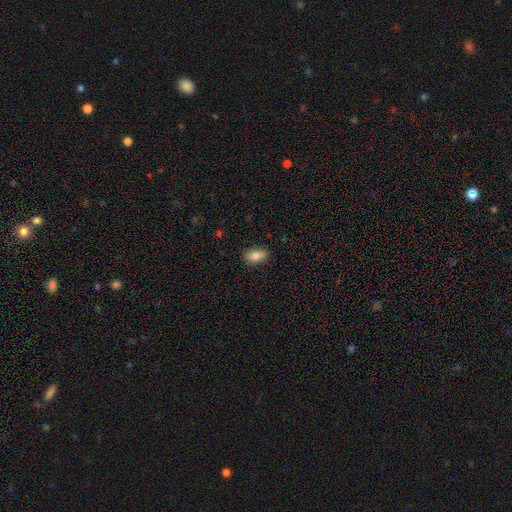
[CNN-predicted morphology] The model was most divided on "smooth or featured": smooth: 81%, featured or disk: 11%, star or artifact: 7%. More confident: how rounded — in between (89%); merging — none (87%).